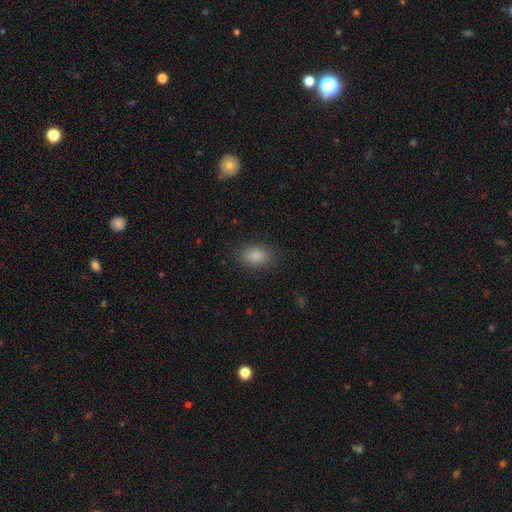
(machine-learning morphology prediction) Smooth or featured: smooth — 86% (star or artifact — 9%)
How rounded: in between — 76% (round — 22%)
Merging: none — 86% (minor disturbance — 10%)